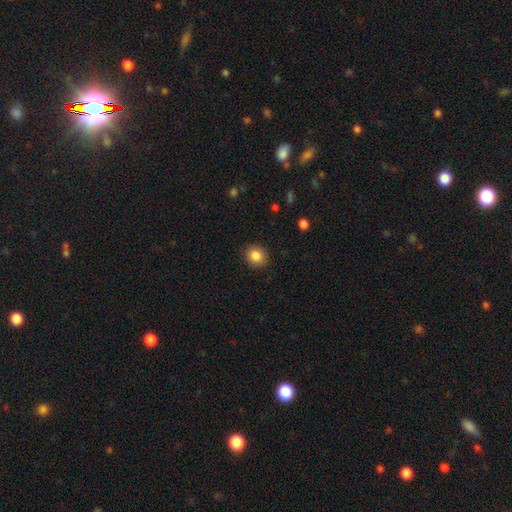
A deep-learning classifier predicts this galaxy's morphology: This appears to be a smooth galaxy with no disk features (86%) that is round (82%). Merging: none (89%).